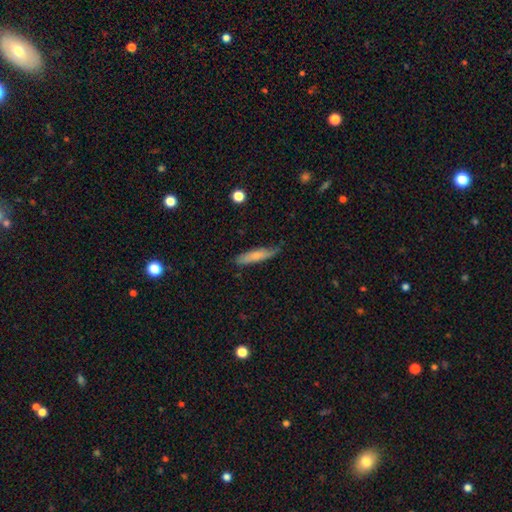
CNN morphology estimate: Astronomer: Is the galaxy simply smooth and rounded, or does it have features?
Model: smooth — 68%.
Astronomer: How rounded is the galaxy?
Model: cigar-shaped — 83%.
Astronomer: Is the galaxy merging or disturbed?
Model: none — 68%.